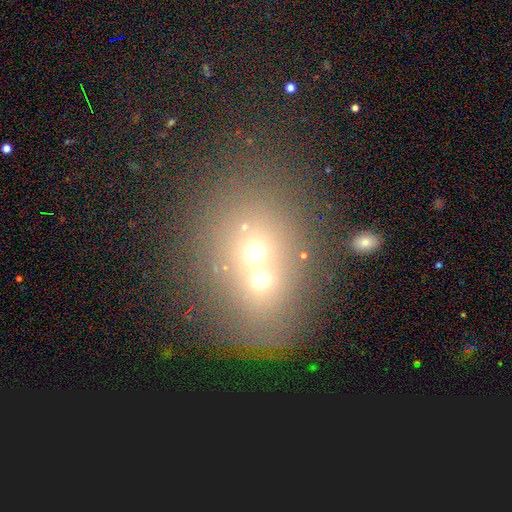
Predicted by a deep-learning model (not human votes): Overall: smooth (56%; star or artifact 22%). How rounded: round (60%; in between 39%). Merging: merger (59%; none 29%).